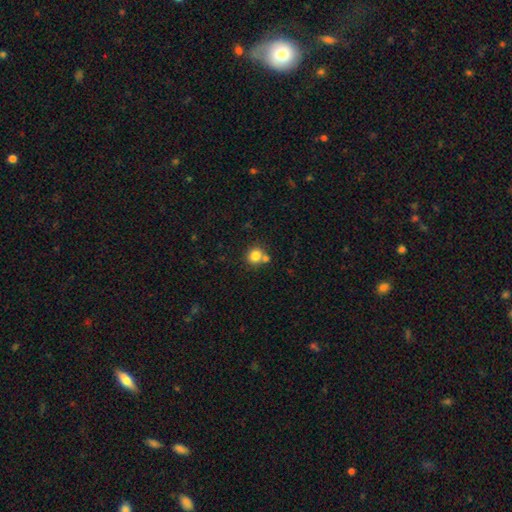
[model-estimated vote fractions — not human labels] A smooth galaxy with no disk features (82%) that is round (87%).

Vote fractions:
- Smooth or featured? smooth: 82% / star or artifact: 11% / featured or disk: 8%
- How rounded? round: 87% / in between: 12% / cigar-shaped: 1%
- Merging? none: 61% / merger: 27% / minor disturbance: 9% / major disturbance: 3%